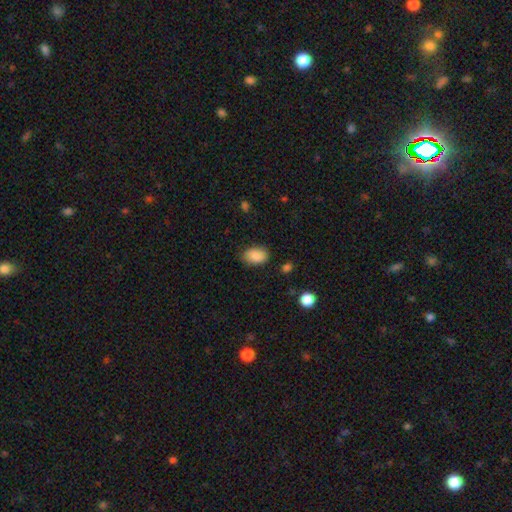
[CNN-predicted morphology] A smooth galaxy with no disk features (87%) that is in between round and cigar-shaped (87%). Merging: none (81%).